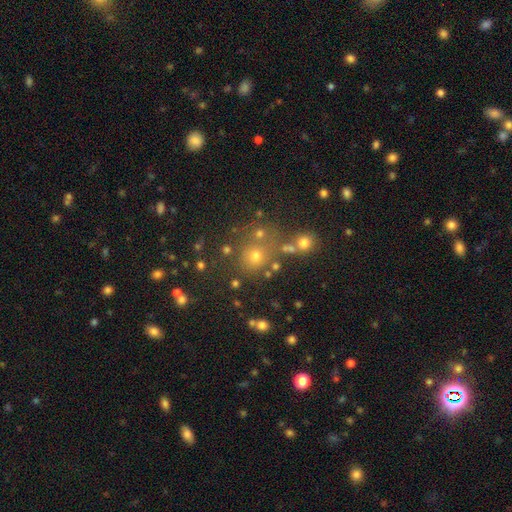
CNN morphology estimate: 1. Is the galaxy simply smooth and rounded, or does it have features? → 62% smooth, 27% star or artifact, 10% featured or disk.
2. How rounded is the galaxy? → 86% round, 13% in between, 1% cigar-shaped.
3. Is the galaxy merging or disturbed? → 69% none, 15% merger, 11% minor disturbance, 5% major disturbance.